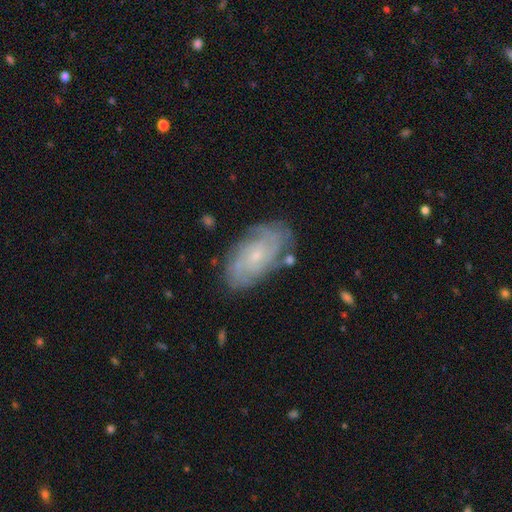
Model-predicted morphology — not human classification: featured or disk 76%, smooth 16%, star or artifact 7%. Down the decision tree: edge-on disk — no (95%); bar — no (73%); spiral arms — yes (93%); spiral arm count — can't tell (40%); spiral winding — tight (65%); bulge size — small (80%); merging — none (78%).